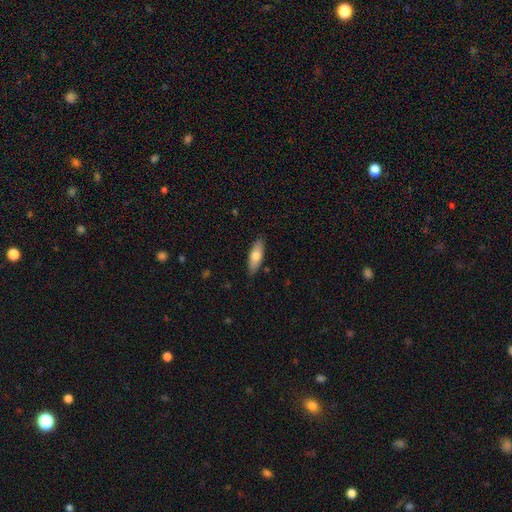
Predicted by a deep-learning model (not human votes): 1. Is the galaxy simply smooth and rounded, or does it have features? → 72% smooth, 22% featured or disk, 6% star or artifact.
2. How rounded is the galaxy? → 65% in between, 33% cigar-shaped, 2% round.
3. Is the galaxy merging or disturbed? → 86% none, 11% minor disturbance, 2% major disturbance, 1% merger.